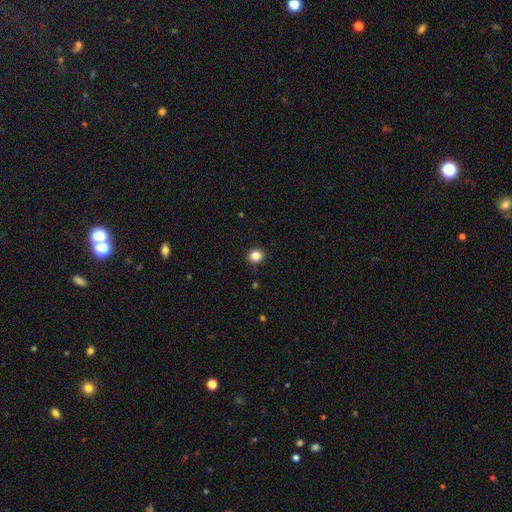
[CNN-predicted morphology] Smooth or featured?
  - smooth: 85% *
  - star or artifact: 12%
  - featured or disk: 4%
How rounded?
  - round: 93% *
  - in between: 6%
  - cigar-shaped: 1%
Merging?
  - none: 92% *
  - minor disturbance: 6%
  - major disturbance: 2%
  - merger: 1%